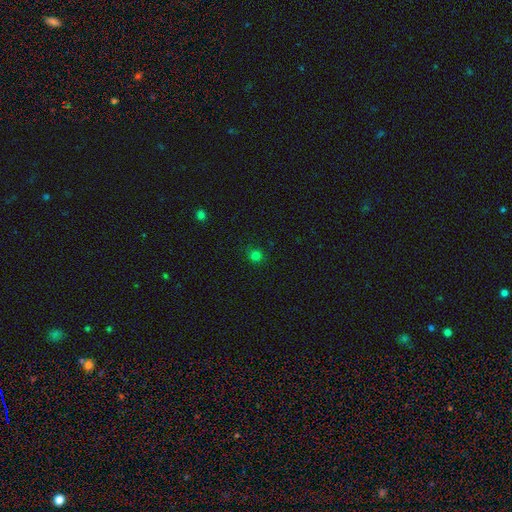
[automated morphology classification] Smooth or featured: smooth — 77% (star or artifact — 19%)
How rounded: round — 91% (in between — 8%)
Merging: none — 87% (minor disturbance — 9%)